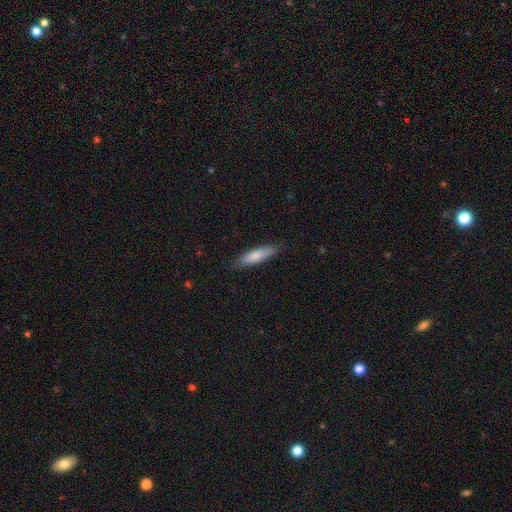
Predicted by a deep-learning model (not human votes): Q: Smooth or featured?
A: smooth (78%); runner-up: featured or disk (16%)
Q: How rounded?
A: cigar-shaped (63%); runner-up: in between (35%)
Q: Merging?
A: none (83%); runner-up: minor disturbance (13%)